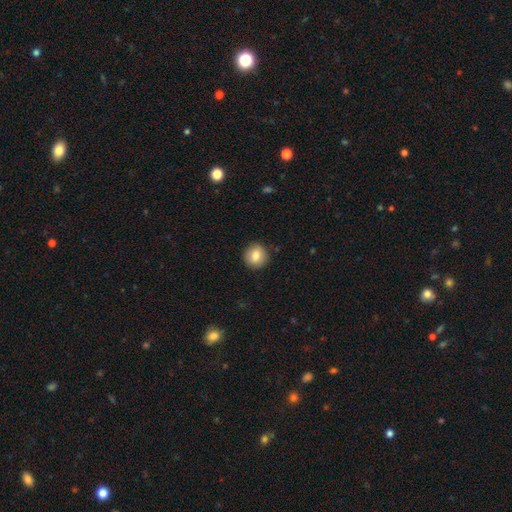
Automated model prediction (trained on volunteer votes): smooth-or-featured: smooth: 81% | featured or disk: 11% | star or artifact: 8%
  how-rounded: round: 89% | in between: 10% | cigar-shaped: 1%
  merging: none: 90% | minor disturbance: 7% | major disturbance: 2% | merger: 1%